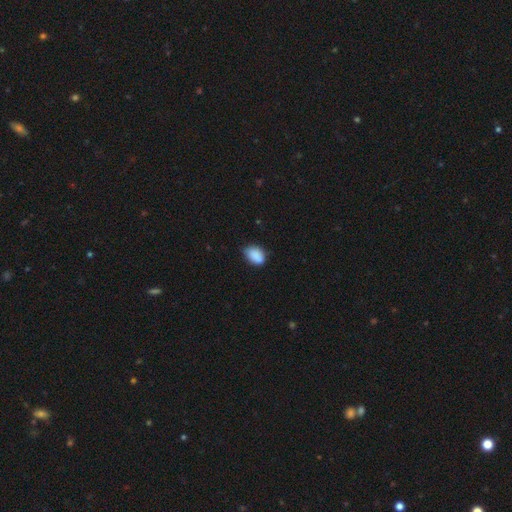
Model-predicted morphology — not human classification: A smooth galaxy with no disk features (87%) that is in between round and cigar-shaped (81%). Merging: none (65%).